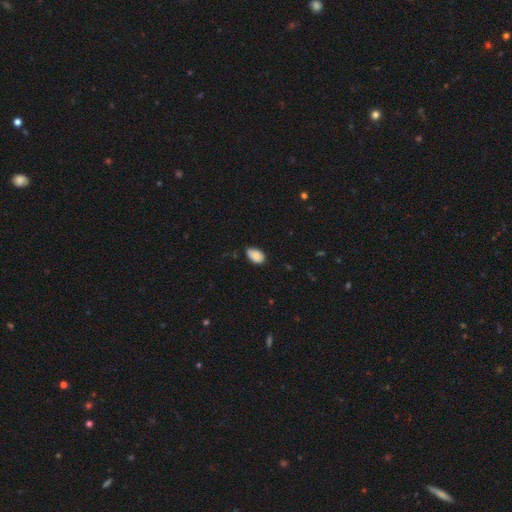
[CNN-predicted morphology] This appears to be a smooth galaxy with no disk features (85%) that is in between round and cigar-shaped (90%). Merging: none (66%).